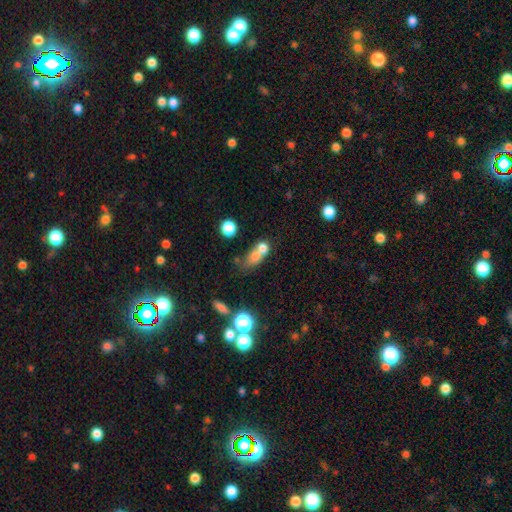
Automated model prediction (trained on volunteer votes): A smooth galaxy with no disk features (68%) that is round (49%).

Vote fractions:
- Smooth or featured? smooth: 68% / featured or disk: 18% / star or artifact: 14%
- How rounded? round: 49% / in between: 46% / cigar-shaped: 5%
- Merging? merger: 61% / none: 25% / minor disturbance: 8% / major disturbance: 6%